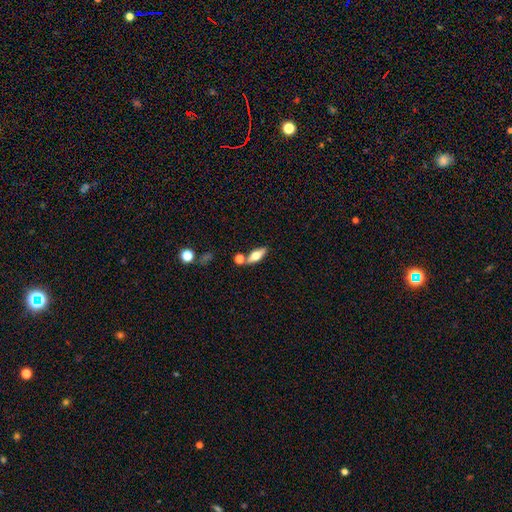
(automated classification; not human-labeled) A smooth galaxy with no disk features (53%) that is in between round and cigar-shaped (64%).

Vote fractions:
- Smooth or featured? smooth: 53% / featured or disk: 40% / star or artifact: 7%
- How rounded? in between: 64% / cigar-shaped: 31% / round: 4%
- Merging? none: 72% / merger: 13% / minor disturbance: 12% / major disturbance: 3%